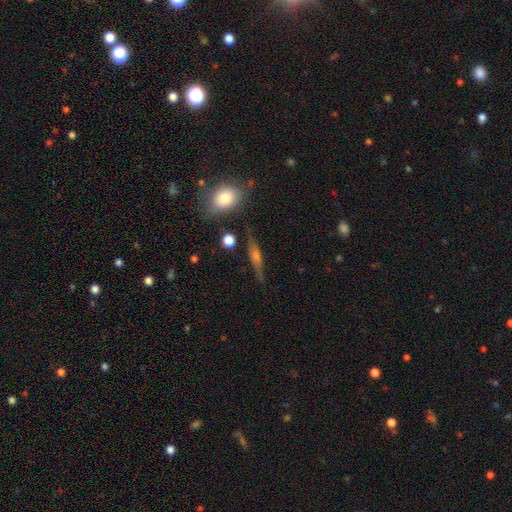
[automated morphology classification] This is likely a featured or disk galaxy (60%). It is clearly viewed edge-on (93%). Edge-on bulge: likely rounded (80%). Merging: clearly none (82%).